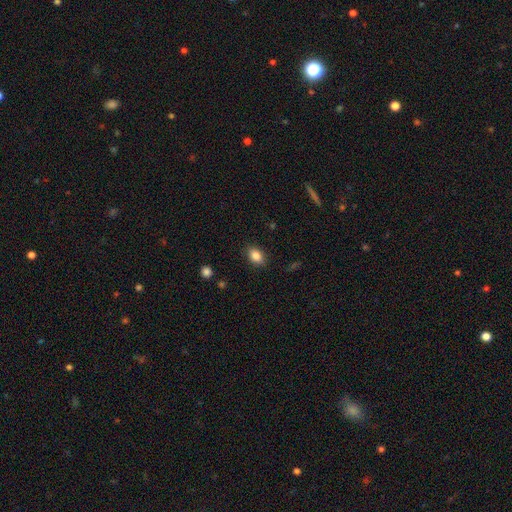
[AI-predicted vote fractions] Smooth or featured? Predicted: smooth (p=0.86). How rounded? Predicted: in between (p=0.80). Merging? Predicted: none (p=0.86).